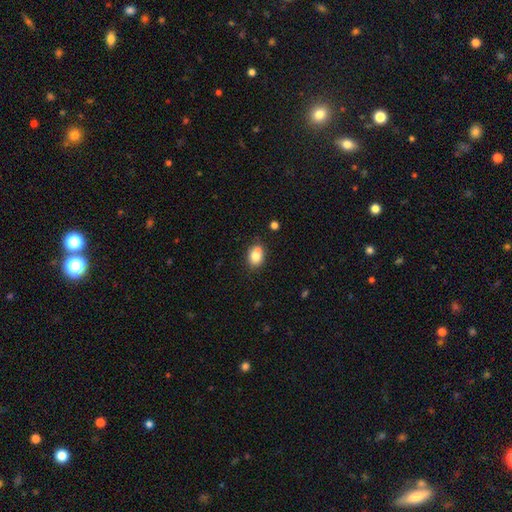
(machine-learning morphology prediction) The model was most divided on "how rounded": in between: 57%, round: 42%, cigar-shaped: 1%. More confident: smooth or featured — smooth (79%); merging — none (59%).